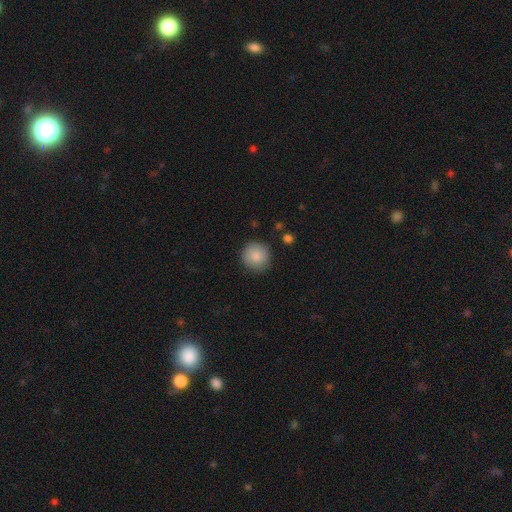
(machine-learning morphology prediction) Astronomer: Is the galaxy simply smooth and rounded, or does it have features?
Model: smooth — 87%.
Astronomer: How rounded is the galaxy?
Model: round — 93%.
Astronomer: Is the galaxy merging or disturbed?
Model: none — 86%.